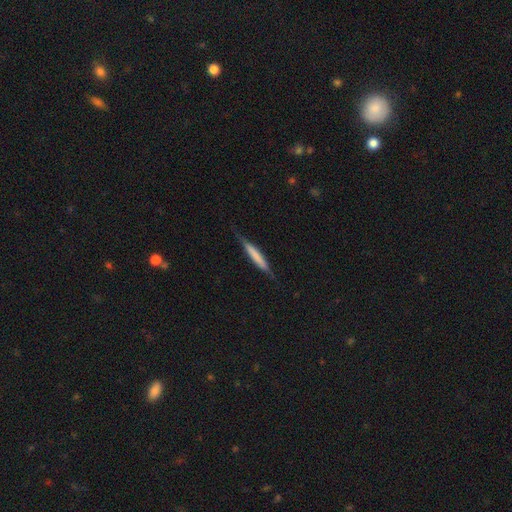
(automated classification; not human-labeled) A smooth galaxy with no disk features (60%) that is cigar-shaped (94%). Merging: none (81%).